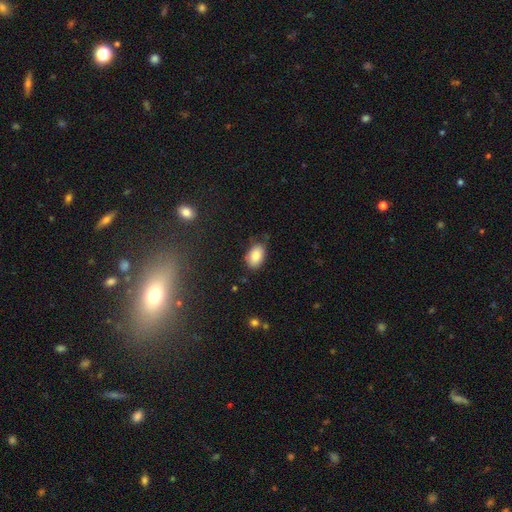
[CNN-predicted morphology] Overall: smooth (85%). How rounded: in between (90%). Merging: none (77%).